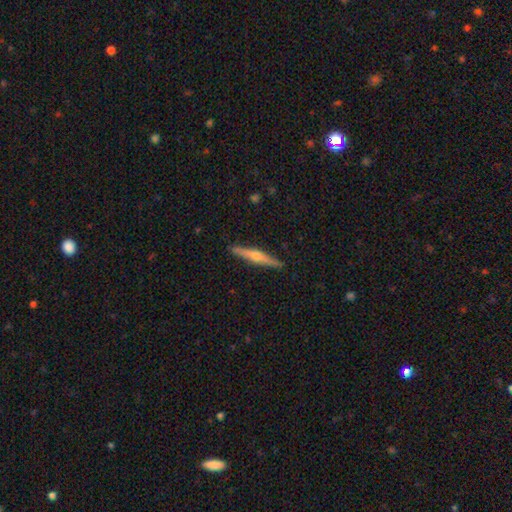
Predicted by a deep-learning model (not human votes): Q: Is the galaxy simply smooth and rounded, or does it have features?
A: featured or disk — 66%.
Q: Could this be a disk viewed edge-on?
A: yes — 98%.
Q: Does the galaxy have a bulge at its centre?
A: rounded — 83%.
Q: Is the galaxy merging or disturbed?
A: none — 91%.